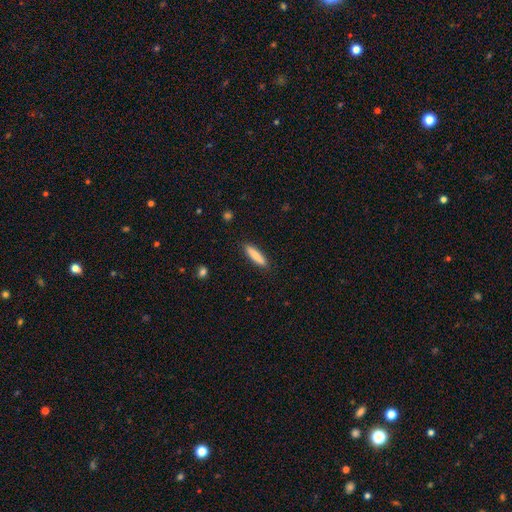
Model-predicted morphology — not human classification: Smooth or featured?
  - smooth: 83% *
  - featured or disk: 11%
  - star or artifact: 6%
How rounded?
  - cigar-shaped: 82% *
  - in between: 16%
  - round: 1%
Merging?
  - none: 89% *
  - minor disturbance: 8%
  - major disturbance: 2%
  - merger: 1%